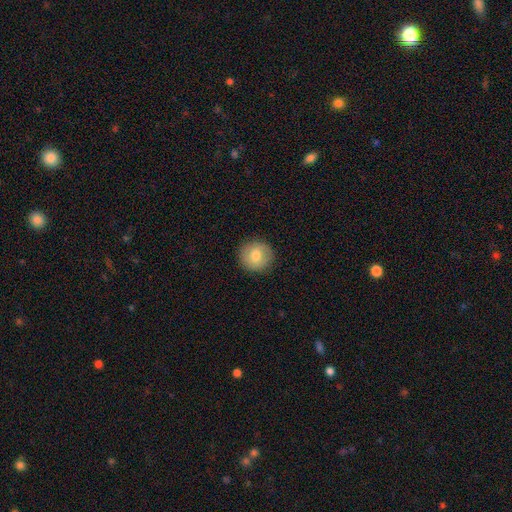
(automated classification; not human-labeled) This appears to be a smooth galaxy with no disk features (75%) that is round (92%). Merging: none (90%).